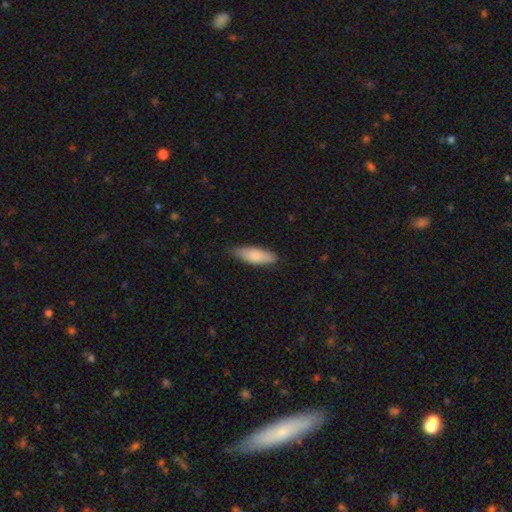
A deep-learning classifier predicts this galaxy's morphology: Smooth or featured? Predicted: smooth (p=0.83). How rounded? Predicted: in between (p=0.64). Merging? Predicted: none (p=0.78).